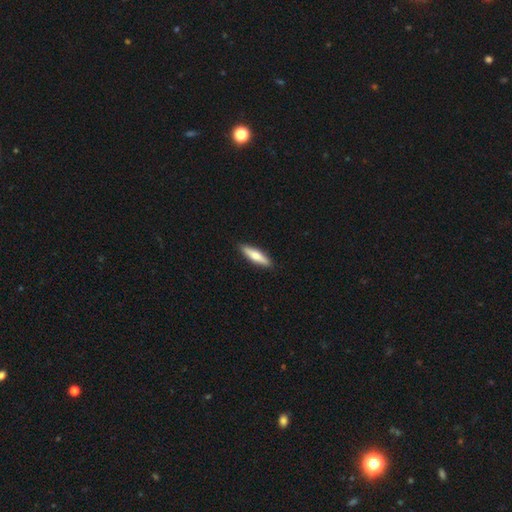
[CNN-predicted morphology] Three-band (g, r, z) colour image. It shows a smooth galaxy with no disk features (60%) that is cigar-shaped (73%). Merging: none (90%).